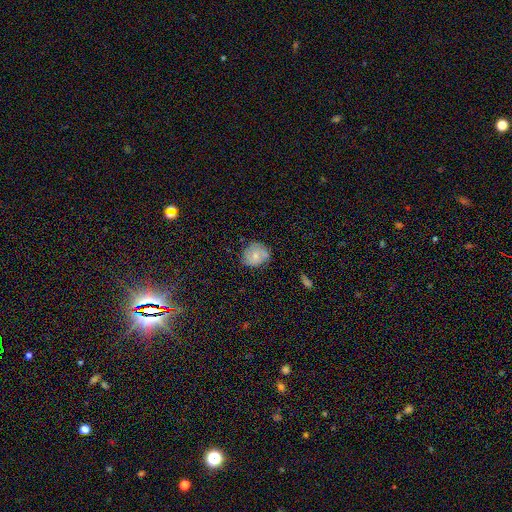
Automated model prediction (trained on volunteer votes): Smooth or featured?
  - smooth: 53% *
  - featured or disk: 38%
  - star or artifact: 9%
How rounded?
  - round: 75% *
  - in between: 24%
  - cigar-shaped: 1%
Merging?
  - none: 69% *
  - minor disturbance: 24%
  - major disturbance: 5%
  - merger: 2%